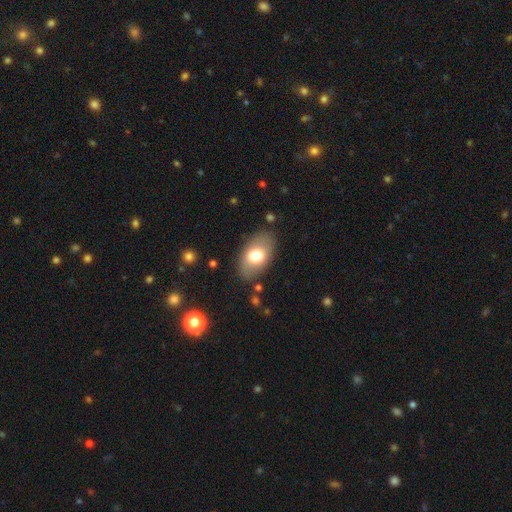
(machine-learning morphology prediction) Smooth or featured: smooth — 71% (featured or disk — 22%)
How rounded: in between — 92% (round — 7%)
Merging: none — 82% (minor disturbance — 12%)